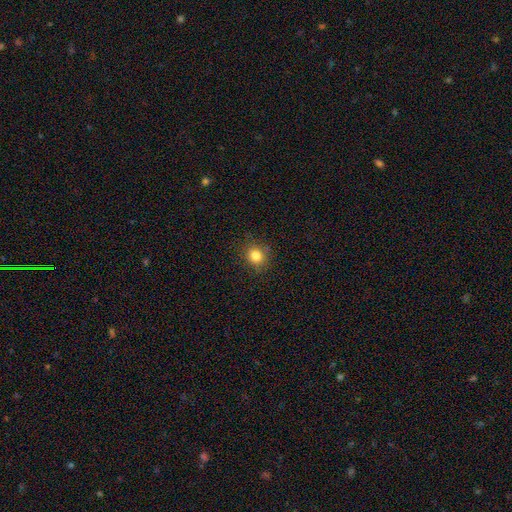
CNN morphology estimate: Smooth or featured?
  - smooth: 82% *
  - star or artifact: 12%
  - featured or disk: 6%
How rounded?
  - round: 81% *
  - in between: 18%
  - cigar-shaped: 1%
Merging?
  - none: 86% *
  - minor disturbance: 10%
  - major disturbance: 3%
  - merger: 1%